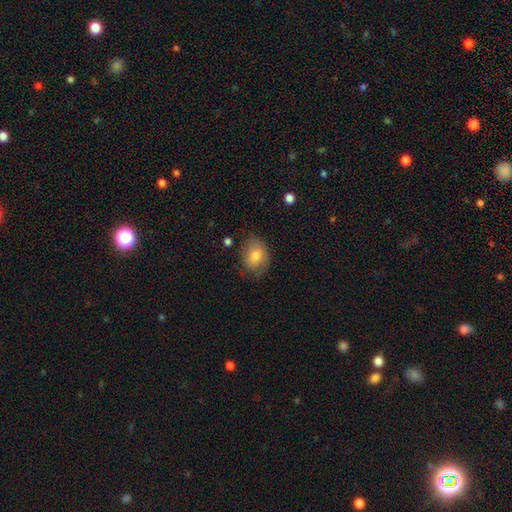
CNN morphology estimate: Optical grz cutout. It shows a smooth galaxy with no disk features (73%) that is in between round and cigar-shaped (66%). Merging: none (69%).